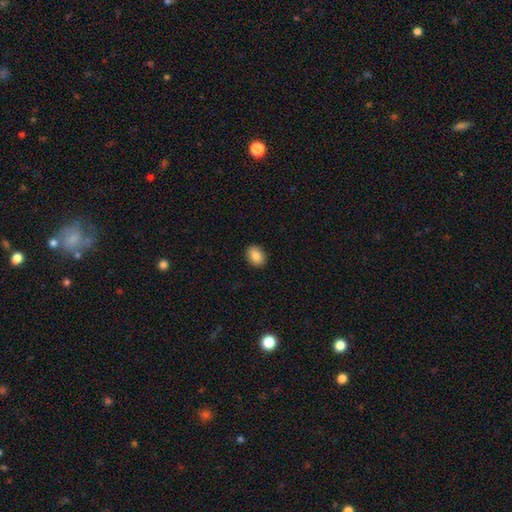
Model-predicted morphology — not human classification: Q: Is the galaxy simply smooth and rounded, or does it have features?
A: smooth — 86%.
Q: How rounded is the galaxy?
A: in between — 62%.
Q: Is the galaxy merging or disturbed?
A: none — 91%.